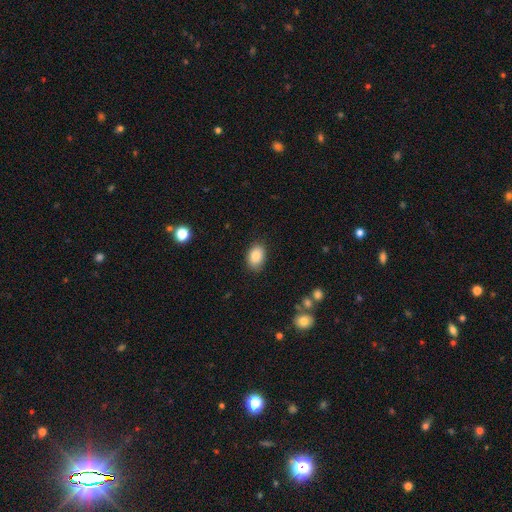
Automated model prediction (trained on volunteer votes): Q: Smooth or featured?
A: smooth (86%); runner-up: star or artifact (8%)
Q: How rounded?
A: in between (83%); runner-up: round (16%)
Q: Merging?
A: none (85%); runner-up: minor disturbance (12%)